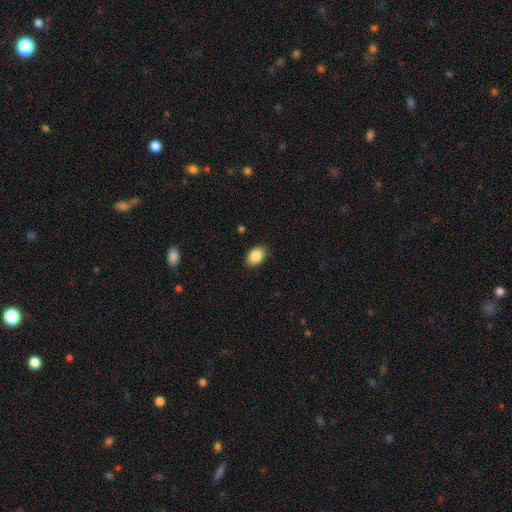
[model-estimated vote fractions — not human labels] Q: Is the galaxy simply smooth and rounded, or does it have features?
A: smooth — 88%.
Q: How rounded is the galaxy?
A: in between — 86%.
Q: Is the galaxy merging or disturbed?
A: none — 87%.